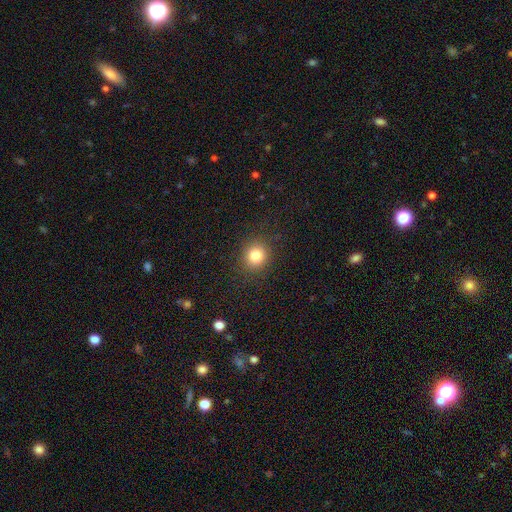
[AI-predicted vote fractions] Smooth or featured? Predicted: smooth (p=0.82). How rounded? Predicted: round (p=0.86). Merging? Predicted: none (p=0.90).